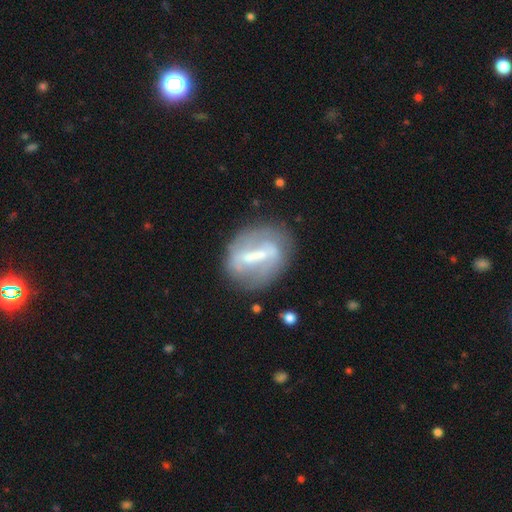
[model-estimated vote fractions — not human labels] A featured or disk galaxy (69%) with a strong bar (68%), no spiral arms (53%) and a small central bulge (41%).

Vote fractions:
- Smooth or featured? featured or disk: 69% / smooth: 23% / star or artifact: 8%
- Edge-on disk? no: 91% / yes: 9%
- Bar? strong: 68% / weak: 24% / no: 8%
- Spiral arms? no: 53% / yes: 47%
- Bulge size? small: 41% / moderate: 31% / none: 20% / large: 6% / dominant: 2%
- Merging? none: 69% / minor disturbance: 18% / major disturbance: 9% / merger: 4%